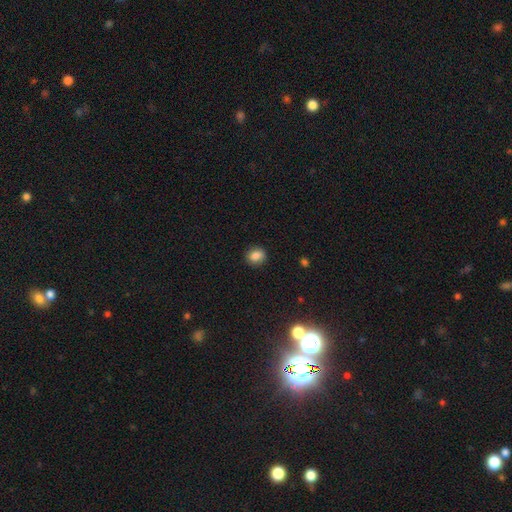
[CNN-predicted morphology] This appears to be a smooth galaxy with no disk features (84%) that is round (69%). Merging: none (87%).